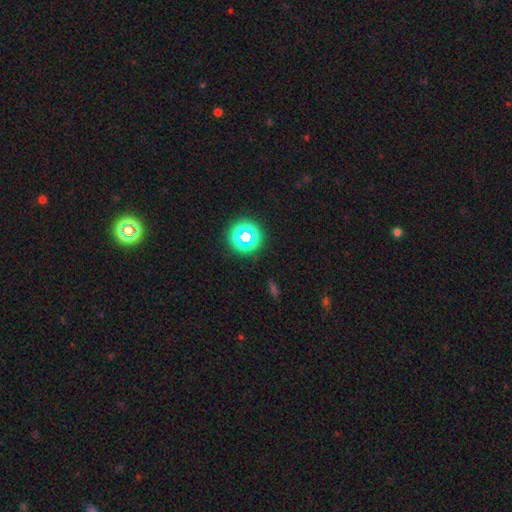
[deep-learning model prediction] Smooth or featured? star or artifact (47%)